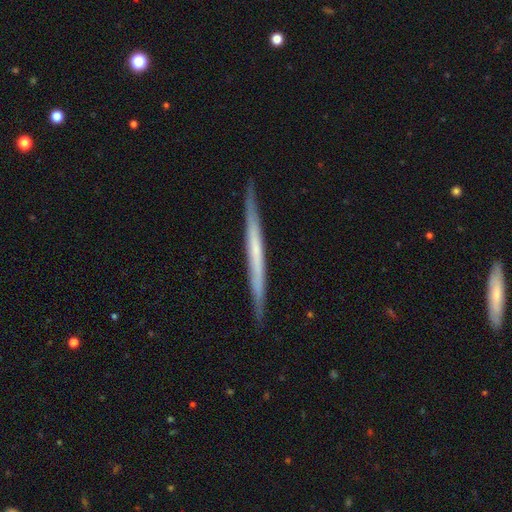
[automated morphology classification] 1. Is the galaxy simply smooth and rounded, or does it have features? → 59% featured or disk, 36% smooth, 5% star or artifact.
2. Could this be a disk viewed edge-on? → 97% yes, 3% no.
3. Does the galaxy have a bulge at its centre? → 86% none, 9% rounded, 5% boxy.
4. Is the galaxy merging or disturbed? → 90% none, 8% minor disturbance, 1% major disturbance, 1% merger.